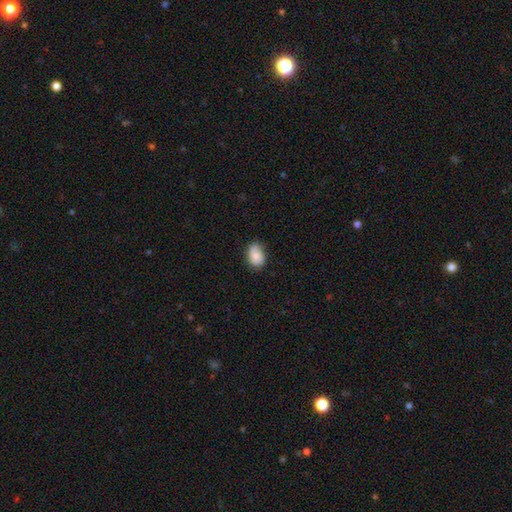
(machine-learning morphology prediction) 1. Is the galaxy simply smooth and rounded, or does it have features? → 82% smooth, 11% featured or disk, 7% star or artifact.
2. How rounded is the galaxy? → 83% in between, 16% round, 1% cigar-shaped.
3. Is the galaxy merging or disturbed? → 70% none, 24% minor disturbance, 5% major disturbance, 1% merger.